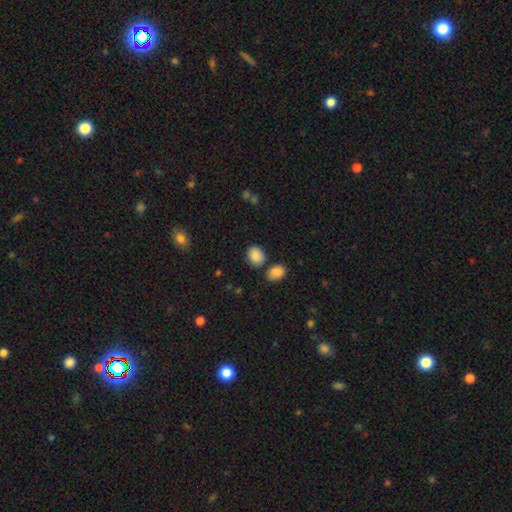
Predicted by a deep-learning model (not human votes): This is clearly a smooth galaxy (87%). How rounded: possibly in between (54%). Merging: likely none (75%).